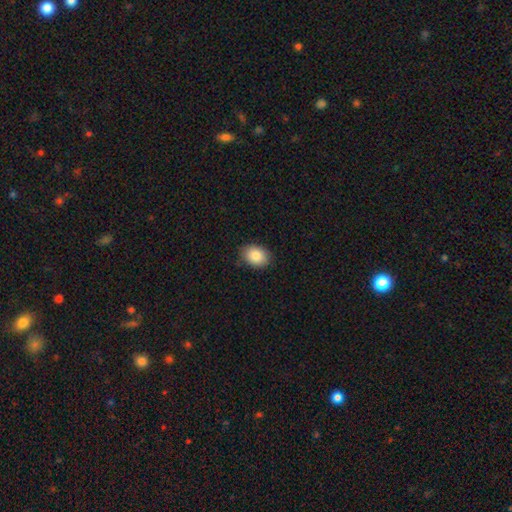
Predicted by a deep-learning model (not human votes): Overall: smooth (86%). How rounded: in between (67%; round 32%). Merging: none (87%).